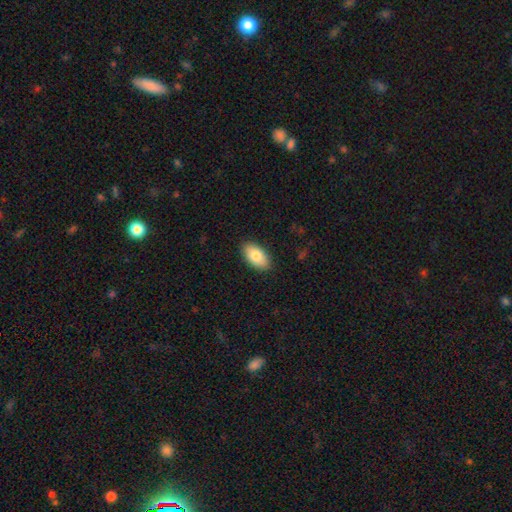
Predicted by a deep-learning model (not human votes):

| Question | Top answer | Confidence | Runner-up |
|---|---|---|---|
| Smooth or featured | smooth | 82% | featured or disk (12%) |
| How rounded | in between | 94% | round (4%) |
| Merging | none | 89% | minor disturbance (8%) |